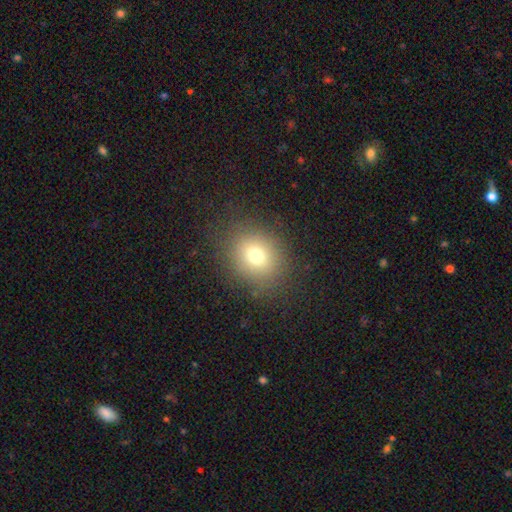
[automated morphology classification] Overall: smooth (73%). How rounded: round (67%; in between 32%). Merging: none (84%).